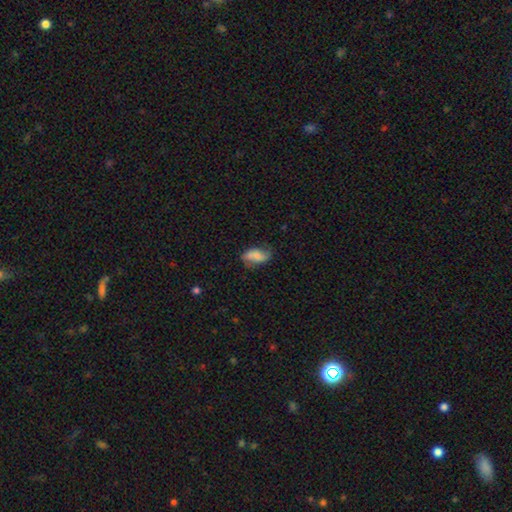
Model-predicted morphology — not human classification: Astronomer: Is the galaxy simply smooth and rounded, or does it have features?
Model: featured or disk — 49% (runner-up: smooth, 43%).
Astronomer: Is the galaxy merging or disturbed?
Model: none — 63%.